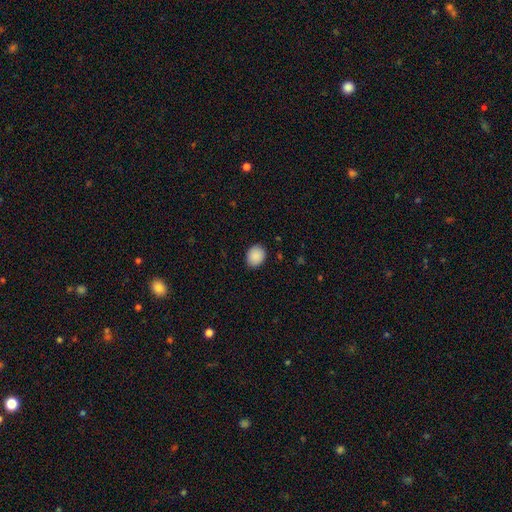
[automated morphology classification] This is clearly a smooth galaxy (90%). How rounded: possibly round (58%). Merging: clearly none (89%).